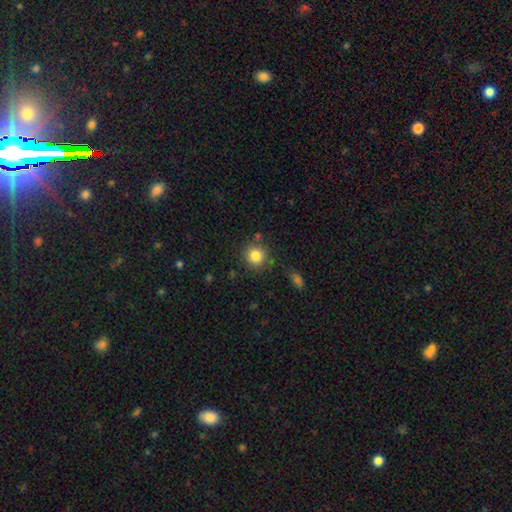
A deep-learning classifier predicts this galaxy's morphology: Smooth or featured? smooth (84%)
How rounded? round (91%)
Merging? none (82%)